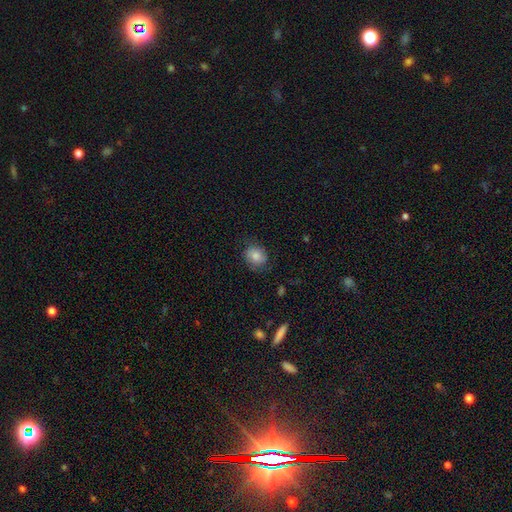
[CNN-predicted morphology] smooth-or-featured: smooth: 77% | featured or disk: 15% | star or artifact: 8%
  how-rounded: round: 61% | in between: 38% | cigar-shaped: 1%
  merging: none: 71% | minor disturbance: 21% | major disturbance: 7% | merger: 1%